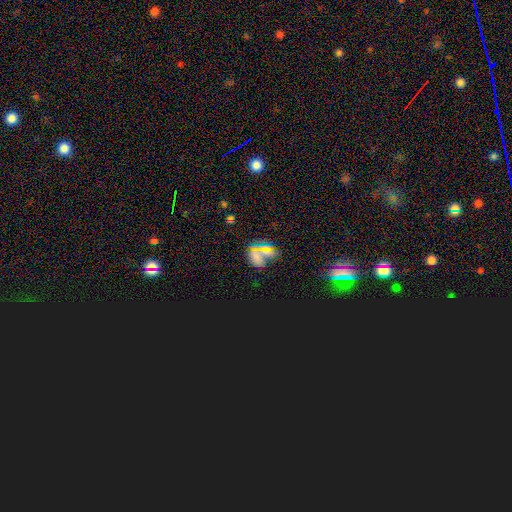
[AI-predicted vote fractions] Smooth or featured? Predicted: star or artifact (p=0.52).